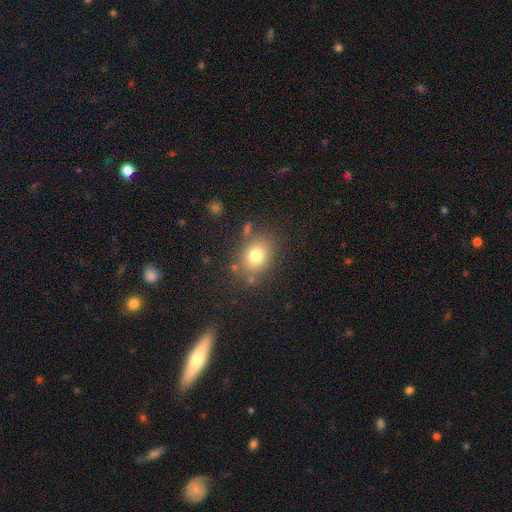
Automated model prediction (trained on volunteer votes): Smooth or featured: smooth — 76% (featured or disk — 12%)
How rounded: in between — 54% (round — 45%)
Merging: none — 77% (minor disturbance — 13%)